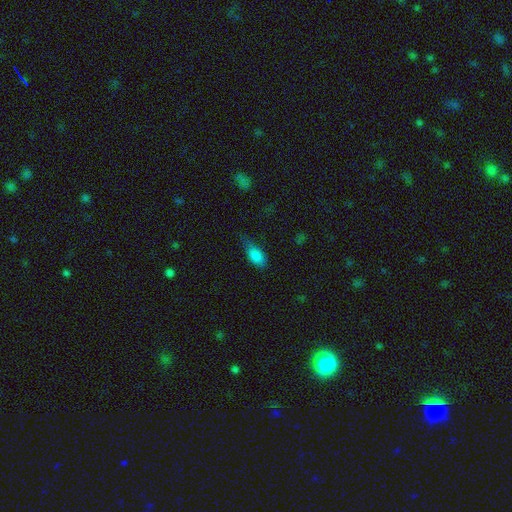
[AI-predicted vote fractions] This is clearly a smooth galaxy (83%). How rounded: clearly in between (88%). Merging: possibly none (46%).